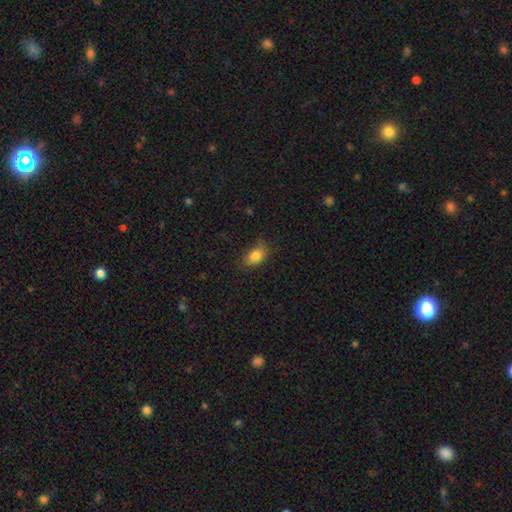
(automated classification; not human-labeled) A smooth galaxy with no disk features (84%) that is in between round and cigar-shaped (83%).

Vote fractions:
- Smooth or featured? smooth: 84% / star or artifact: 9% / featured or disk: 7%
- How rounded? in between: 83% / round: 14% / cigar-shaped: 3%
- Merging? none: 75% / minor disturbance: 19% / major disturbance: 5% / merger: 1%